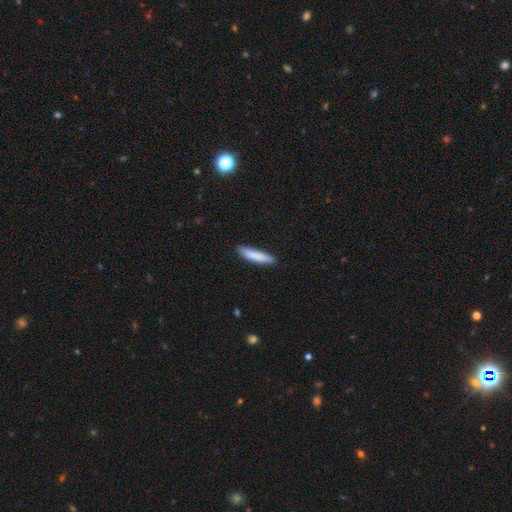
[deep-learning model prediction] Overall: smooth (84%). How rounded: cigar-shaped (84%). Merging: none (85%).